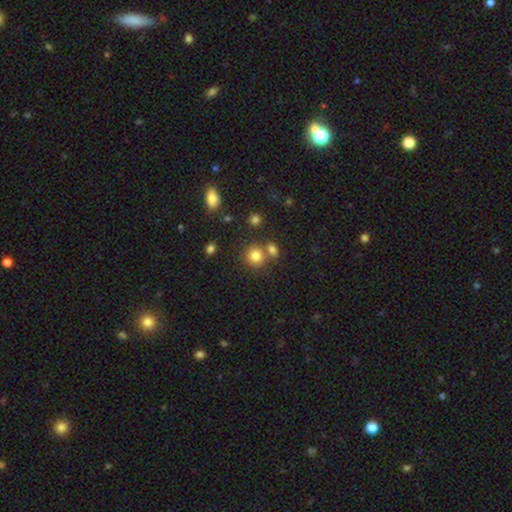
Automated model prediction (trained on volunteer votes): Smooth or featured? smooth (80%)
How rounded? round (84%)
Merging? none (66%)